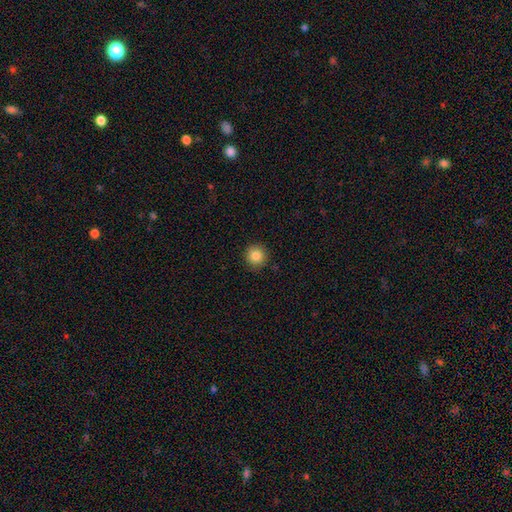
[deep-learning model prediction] smooth_or_featured: smooth (p=0.85) [alt: star or artifact p=0.10]
how_rounded: round (p=0.95) [alt: in between p=0.04]
merging: none (p=0.91) [alt: minor disturbance p=0.06]